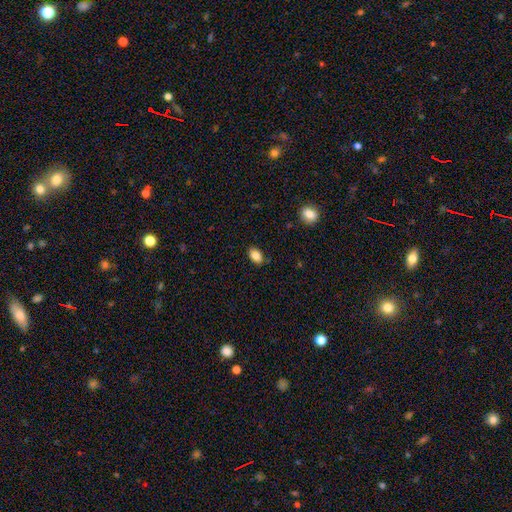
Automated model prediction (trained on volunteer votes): Q: Smooth or featured?
A: smooth (85%); runner-up: star or artifact (9%)
Q: How rounded?
A: in between (86%); runner-up: round (12%)
Q: Merging?
A: none (85%); runner-up: minor disturbance (12%)